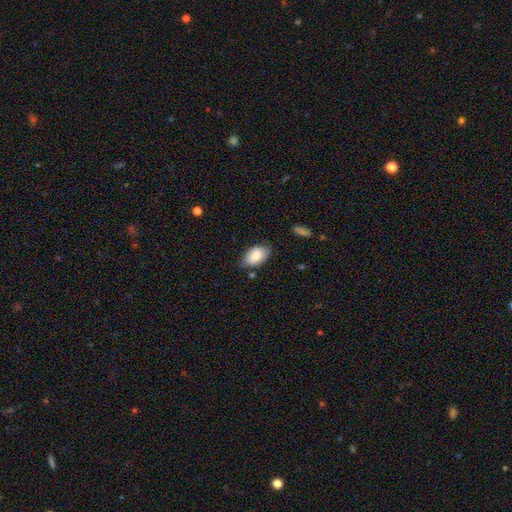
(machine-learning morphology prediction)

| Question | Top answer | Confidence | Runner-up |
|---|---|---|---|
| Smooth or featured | smooth | 84% | featured or disk (9%) |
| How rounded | in between | 93% | round (6%) |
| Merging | none | 72% | minor disturbance (22%) |